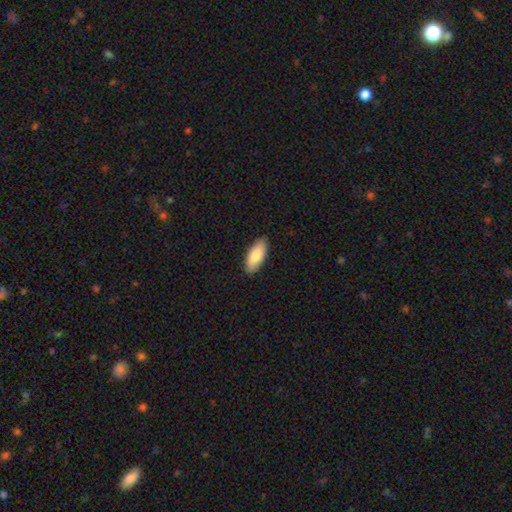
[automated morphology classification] Smooth or featured? Predicted: smooth (p=0.85). How rounded? Predicted: in between (p=0.84). Merging? Predicted: none (p=0.89).